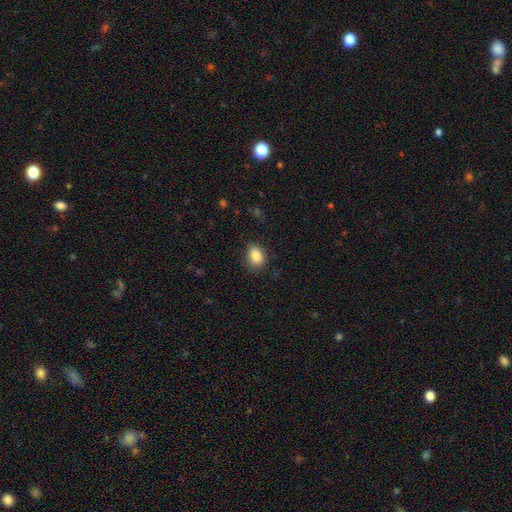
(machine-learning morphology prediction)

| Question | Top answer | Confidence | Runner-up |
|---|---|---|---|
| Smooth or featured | smooth | 87% | star or artifact (9%) |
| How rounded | in between | 69% | round (30%) |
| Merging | none | 82% | minor disturbance (14%) |